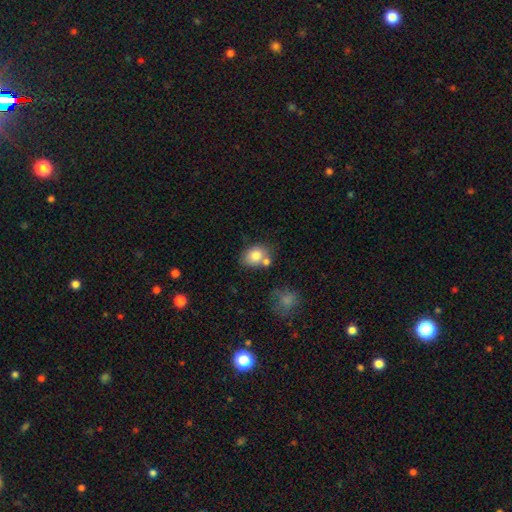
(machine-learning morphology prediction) Smooth or featured? smooth (80%)
How rounded? in between (57%)
Merging? none (57%)